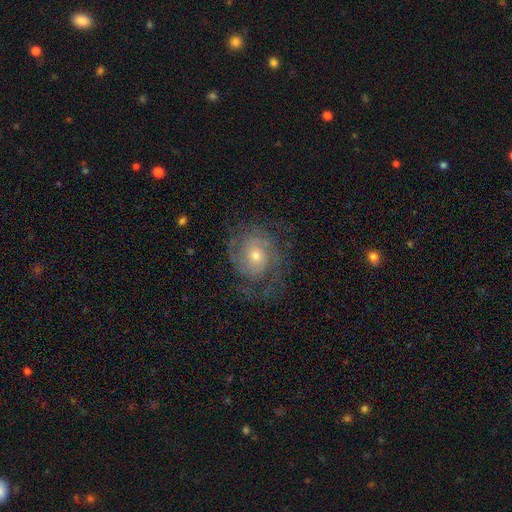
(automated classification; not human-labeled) Q: Smooth or featured?
A: featured or disk (80%); runner-up: smooth (14%)
Q: Edge-on disk?
A: no (97%); runner-up: yes (3%)
Q: Bar?
A: no (76%); runner-up: weak (20%)
Q: Spiral arms?
A: yes (92%); runner-up: no (8%)
Q: Spiral winding?
A: tight (55%); runner-up: medium (35%)
Q: Spiral arm count?
A: 2 (43%); runner-up: can't tell (27%)
Q: Bulge size?
A: small (48%); runner-up: moderate (47%)
Q: Merging?
A: none (69%); runner-up: minor disturbance (17%)